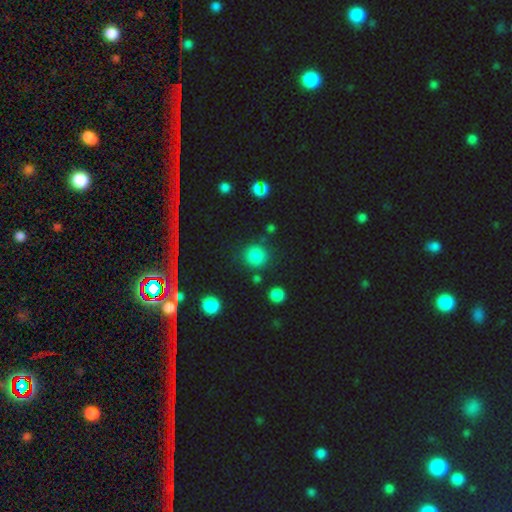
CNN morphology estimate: This is clearly a smooth galaxy (81%). How rounded: clearly round (91%). Merging: clearly none (83%).